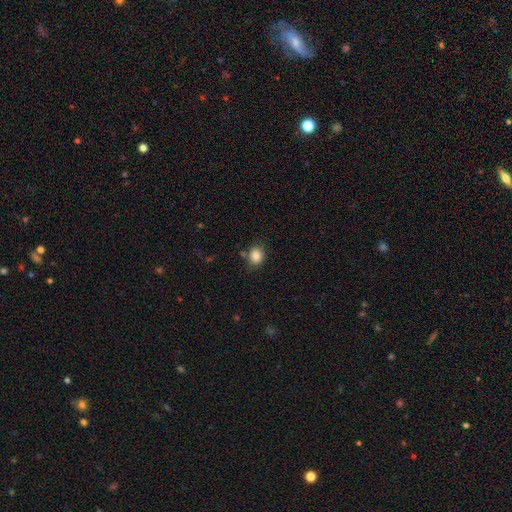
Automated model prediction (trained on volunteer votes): smooth_or_featured: smooth (p=0.85) [alt: star or artifact p=0.10]
how_rounded: round (p=0.58) [alt: in between p=0.41]
merging: none (p=0.77) [alt: minor disturbance p=0.14]